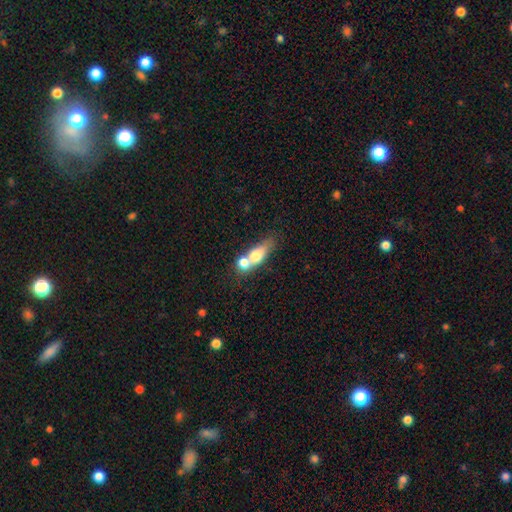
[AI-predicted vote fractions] smooth_or_featured: smooth (p=0.65) [alt: featured or disk p=0.26]
how_rounded: in between (p=0.49) [alt: cigar-shaped p=0.28]
merging: merger (p=0.60) [alt: none p=0.24]